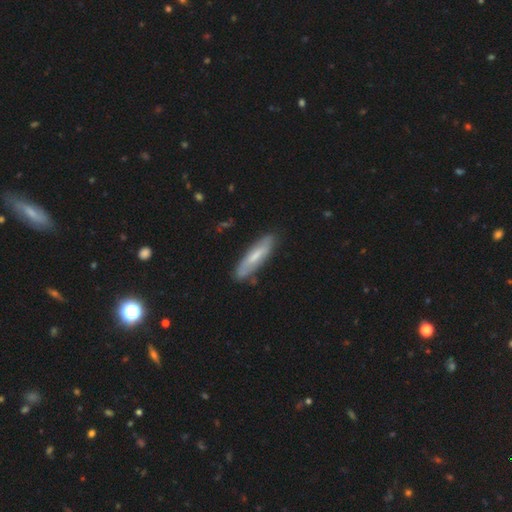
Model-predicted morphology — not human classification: Overall: smooth (56%; featured or disk 38%). How rounded: cigar-shaped (71%). Merging: none (79%).